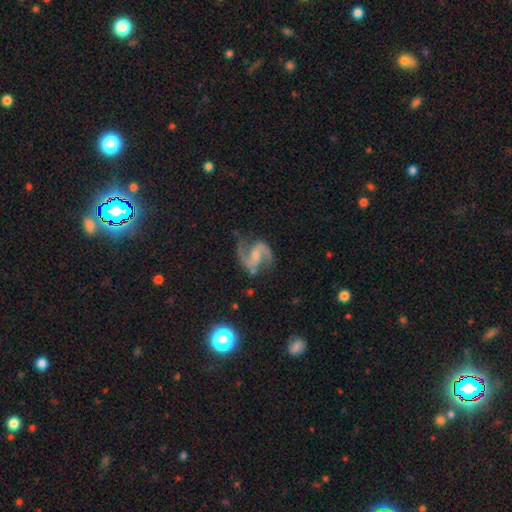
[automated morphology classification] smooth_or_featured: featured or disk (p=0.90) [alt: star or artifact p=0.05]
disk_edge_on: no (p=0.98) [alt: yes p=0.02]
bar: weak (p=0.48) [alt: no p=0.35]
has_spiral_arms: yes (p=0.98) [alt: no p=0.02]
spiral_winding: medium (p=0.55) [alt: loose p=0.34]
spiral_arm_count: 2 (p=0.93) [alt: can't tell p=0.02]
bulge_size: small (p=0.42) [alt: moderate p=0.34]
merging: none (p=0.72) [alt: minor disturbance p=0.17]